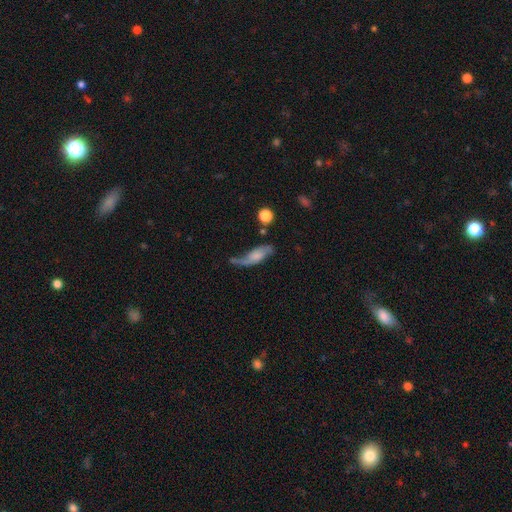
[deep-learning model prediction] Smooth or featured? featured or disk (55%)
Edge-on disk? no (82%)
Merging? none (37%)